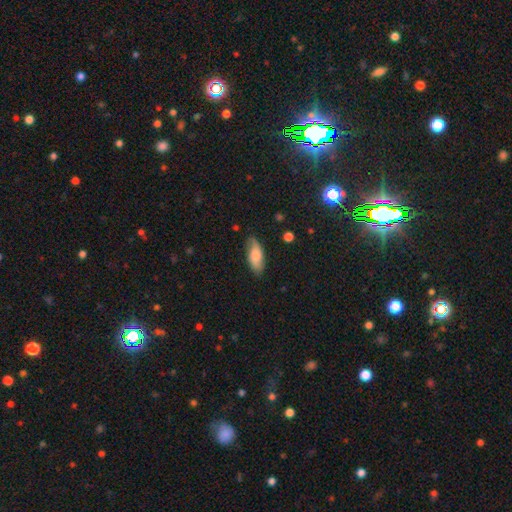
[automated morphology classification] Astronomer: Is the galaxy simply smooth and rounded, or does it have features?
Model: smooth — 69%.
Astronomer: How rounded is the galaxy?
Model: in between — 82%.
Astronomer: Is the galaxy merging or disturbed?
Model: none — 76%.